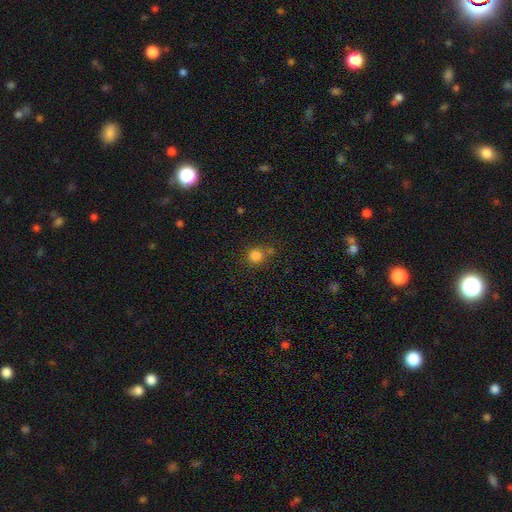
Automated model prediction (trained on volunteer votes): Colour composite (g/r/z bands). It shows a smooth galaxy with no disk features (81%) that is round (83%). Merging: none (64%).